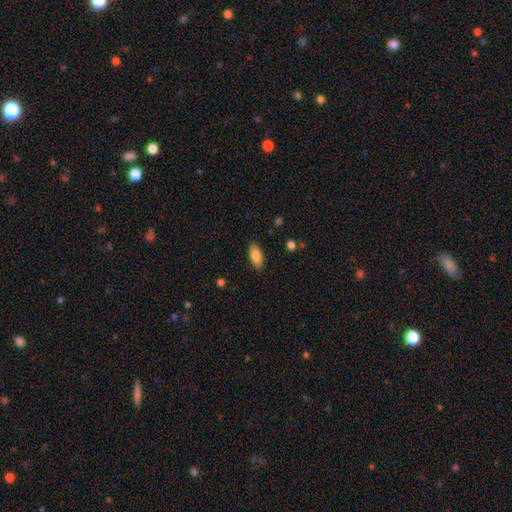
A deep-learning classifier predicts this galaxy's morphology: A smooth galaxy with no disk features (82%) that is in between round and cigar-shaped (86%).

Vote fractions:
- Smooth or featured? smooth: 82% / featured or disk: 12% / star or artifact: 7%
- How rounded? in between: 86% / cigar-shaped: 12% / round: 2%
- Merging? none: 88% / minor disturbance: 9% / major disturbance: 2% / merger: 1%